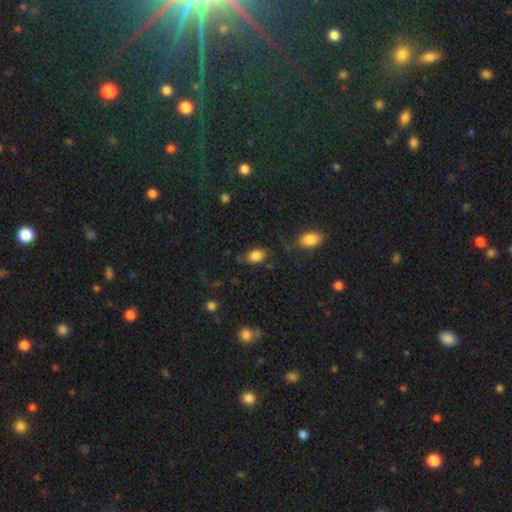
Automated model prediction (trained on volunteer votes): Smooth or featured: smooth — 84% (star or artifact — 10%)
How rounded: in between — 79% (round — 20%)
Merging: none — 70% (minor disturbance — 20%)